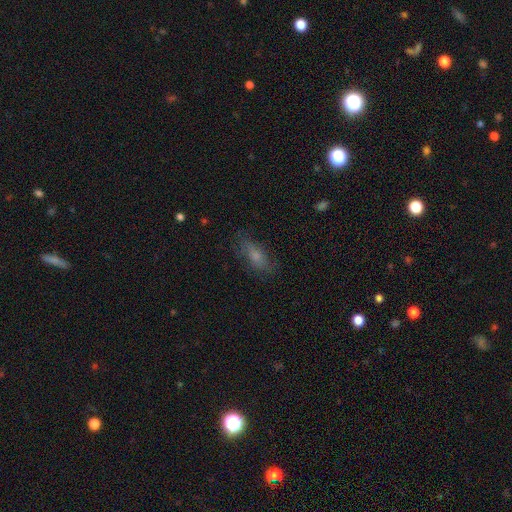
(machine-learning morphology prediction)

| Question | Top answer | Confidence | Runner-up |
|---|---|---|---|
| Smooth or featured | smooth | 63% | featured or disk (25%) |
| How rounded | in between | 64% | cigar-shaped (31%) |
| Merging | none | 74% | minor disturbance (18%) |